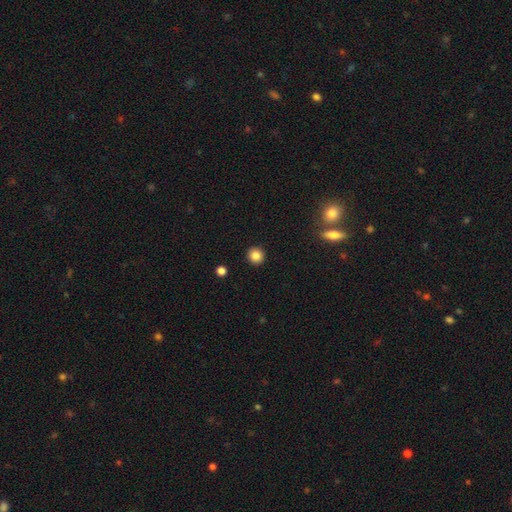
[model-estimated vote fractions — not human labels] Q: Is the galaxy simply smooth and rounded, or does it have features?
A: smooth — 85%.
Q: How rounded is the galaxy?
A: round — 93%.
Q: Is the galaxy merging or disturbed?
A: none — 93%.